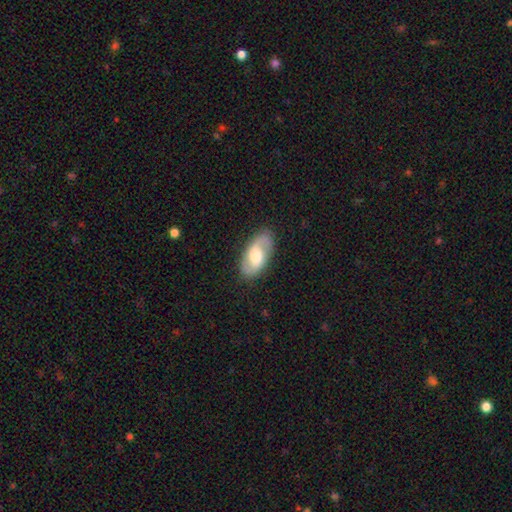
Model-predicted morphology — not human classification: A featured or disk galaxy (63%) with a weak bar (45%), spiral arms (83%) and a moderate central bulge (55%).

Vote fractions:
- Smooth or featured? featured or disk: 63% / smooth: 31% / star or artifact: 6%
- Edge-on disk? no: 93% / yes: 7%
- Bar? weak: 45% / no: 43% / strong: 12%
- Spiral arms? yes: 83% / no: 17%
- Bulge size? moderate: 55% / large: 31% / small: 10% / dominant: 2% / none: 2%
- Merging? none: 83% / minor disturbance: 12% / major disturbance: 4% / merger: 1%